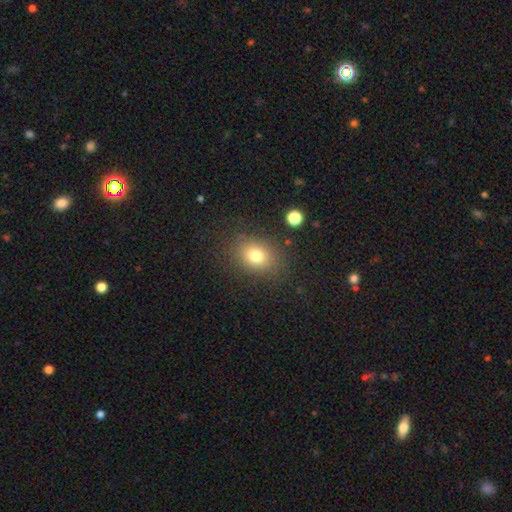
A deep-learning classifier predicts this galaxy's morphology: The model was most divided on "how rounded": in between: 59%, round: 40%, cigar-shaped: 1%. More confident: merging — none (82%); smooth or featured — smooth (76%).